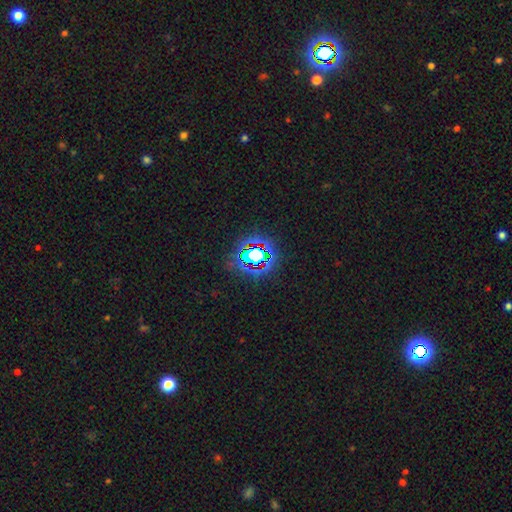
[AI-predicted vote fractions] This is likely a star or artifact rather than a galaxy (70%).